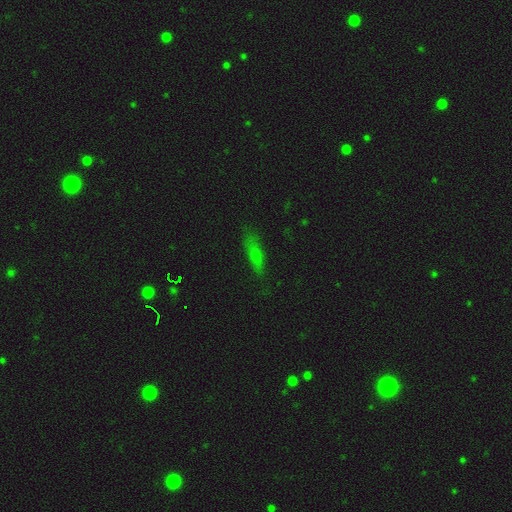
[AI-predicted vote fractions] Overall: smooth (57%; featured or disk 27%). How rounded: cigar-shaped (62%; in between 34%). Merging: none (79%).